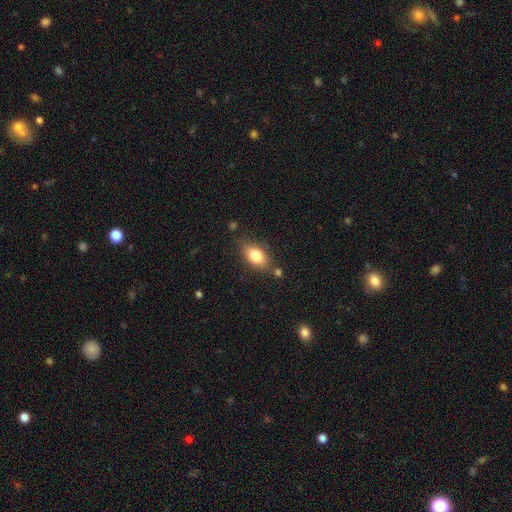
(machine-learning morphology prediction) A smooth galaxy with no disk features (80%) that is in between round and cigar-shaped (86%).

Vote fractions:
- Smooth or featured? smooth: 80% / featured or disk: 12% / star or artifact: 8%
- How rounded? in between: 86% / round: 9% / cigar-shaped: 4%
- Merging? none: 76% / minor disturbance: 15% / merger: 6% / major disturbance: 4%